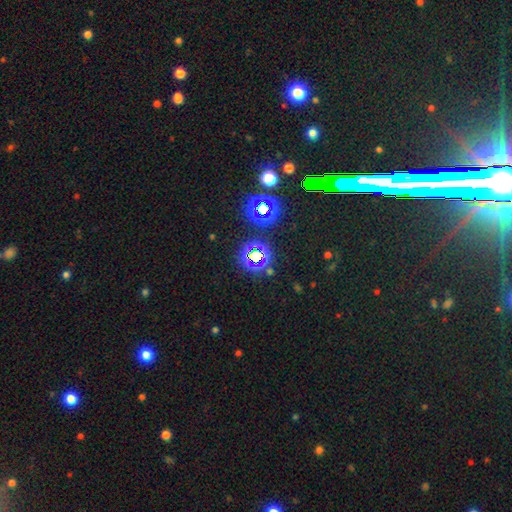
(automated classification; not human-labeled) Smooth or featured?
  - star or artifact: 68% *
  - smooth: 22%
  - featured or disk: 10%